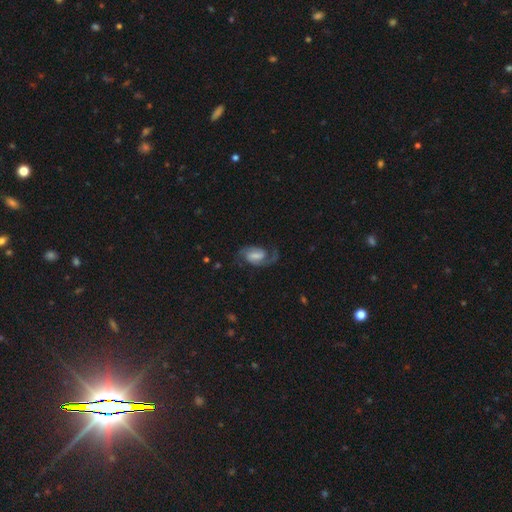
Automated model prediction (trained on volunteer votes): A featured or disk galaxy (82%) with a weak bar (52%), 2 (88%) medium (53%) spiral arms (96%) and a small central bulge (31%).

Vote fractions:
- Smooth or featured? featured or disk: 82% / smooth: 12% / star or artifact: 6%
- Edge-on disk? no: 97% / yes: 3%
- Bar? weak: 52% / strong: 28% / no: 20%
- Spiral arms? yes: 96% / no: 4%
- Spiral winding? medium: 53% / loose: 28% / tight: 19%
- Spiral arm count? 2: 88% / 1: 6% / can't tell: 3% / 3: 1% / 4: 1% / more than 4: 1%
- Bulge size? small: 31% / moderate: 29% / none: 25% / large: 12% / dominant: 2%
- Merging? none: 70% / minor disturbance: 16% / major disturbance: 12% / merger: 2%